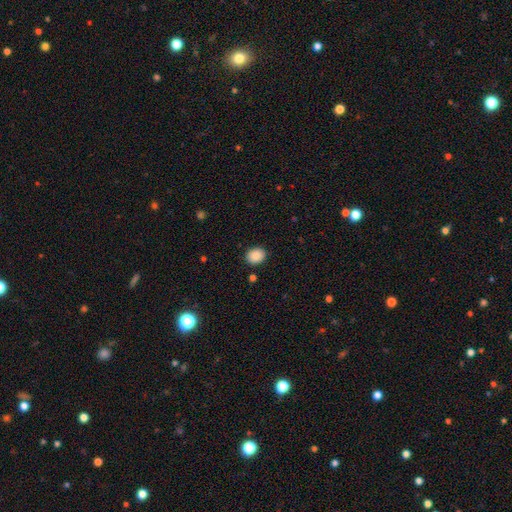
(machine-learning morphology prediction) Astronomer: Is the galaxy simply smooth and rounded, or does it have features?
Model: smooth — 88%.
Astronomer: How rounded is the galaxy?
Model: in between — 50% (runner-up: round, 49%).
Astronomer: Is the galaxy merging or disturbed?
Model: none — 88%.